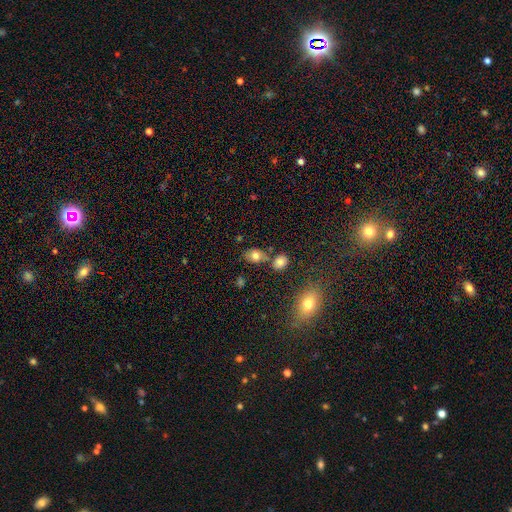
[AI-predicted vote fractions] This is likely a smooth galaxy (76%). How rounded: likely in between (72%). Merging: likely none (62%).